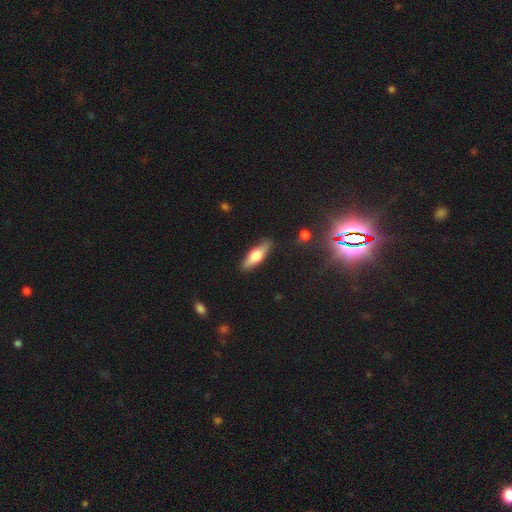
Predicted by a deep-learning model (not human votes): The model was most divided on "how rounded": cigar-shaped: 55%, in between: 43%, round: 2%. More confident: merging — none (87%); smooth or featured — smooth (54%).